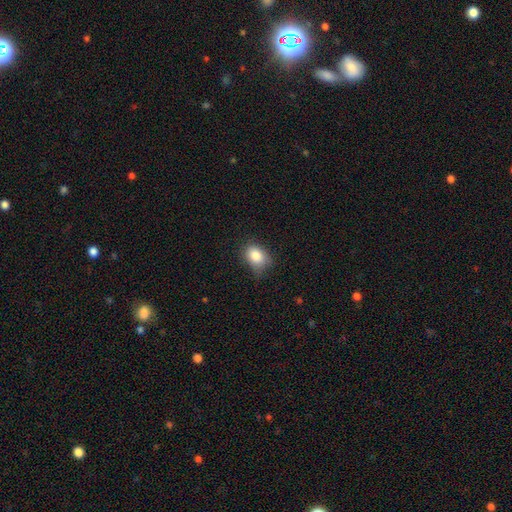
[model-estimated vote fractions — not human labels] Overall: smooth (84%). How rounded: in between (68%; round 31%). Merging: none (65%; minor disturbance 27%).